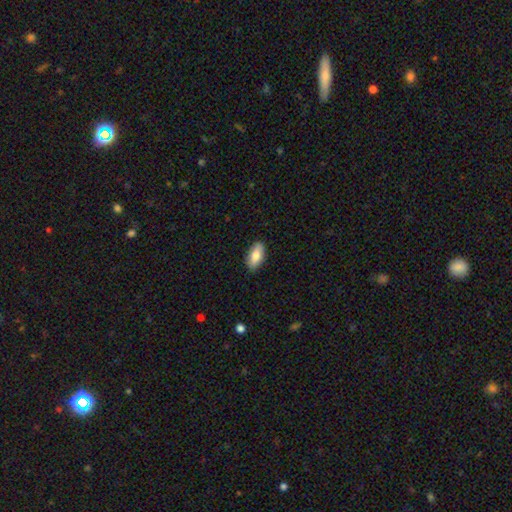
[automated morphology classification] Overall: smooth (79%). How rounded: in between (89%). Merging: none (88%).